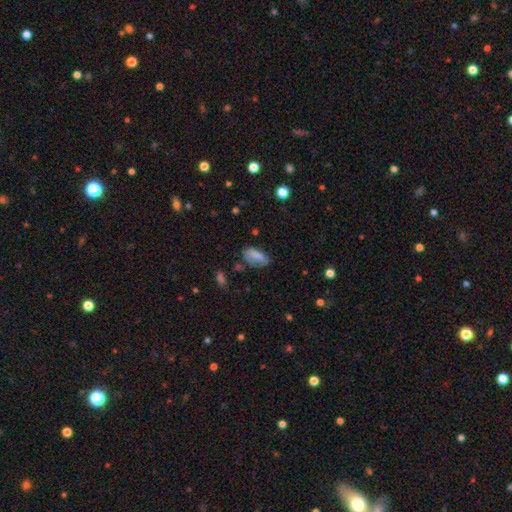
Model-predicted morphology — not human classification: Smooth or featured?
  - smooth: 76% *
  - featured or disk: 15%
  - star or artifact: 9%
How rounded?
  - in between: 85% *
  - cigar-shaped: 12%
  - round: 3%
Merging?
  - none: 51% *
  - minor disturbance: 30%
  - major disturbance: 14%
  - merger: 5%